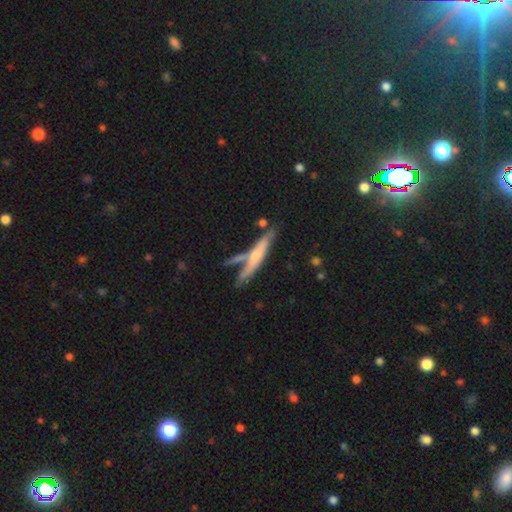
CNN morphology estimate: Smooth or featured? featured or disk (47%)
Merging? none (55%)